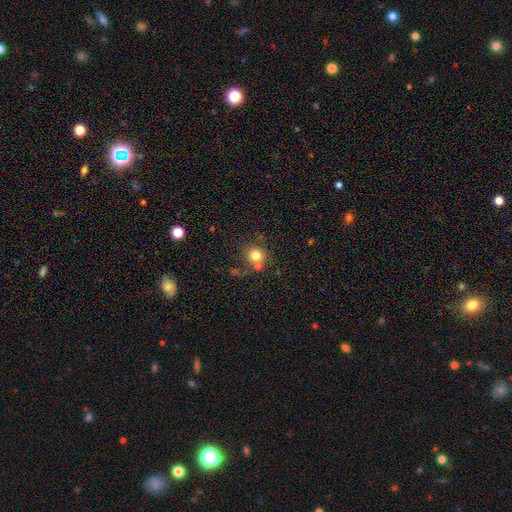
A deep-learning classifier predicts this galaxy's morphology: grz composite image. It shows a smooth galaxy with no disk features (77%) that is round (87%). Merging: none (62%).